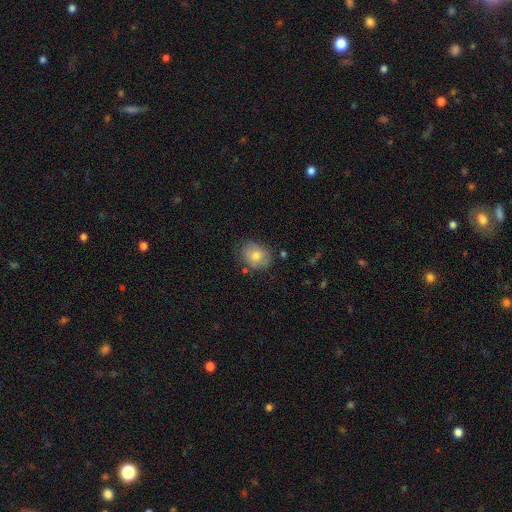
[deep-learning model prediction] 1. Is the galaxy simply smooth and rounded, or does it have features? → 72% smooth, 19% featured or disk, 9% star or artifact.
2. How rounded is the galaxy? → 51% in between, 48% round, 1% cigar-shaped.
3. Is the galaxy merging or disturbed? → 74% none, 19% minor disturbance, 4% major disturbance, 3% merger.